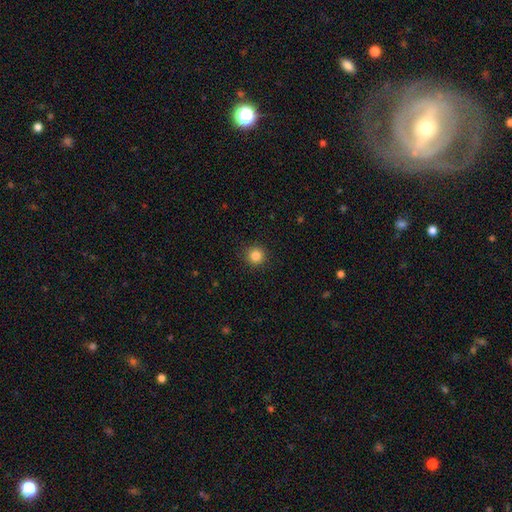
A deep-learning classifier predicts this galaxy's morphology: This appears to be a smooth galaxy with no disk features (85%) that is round (95%). Merging: none (92%).